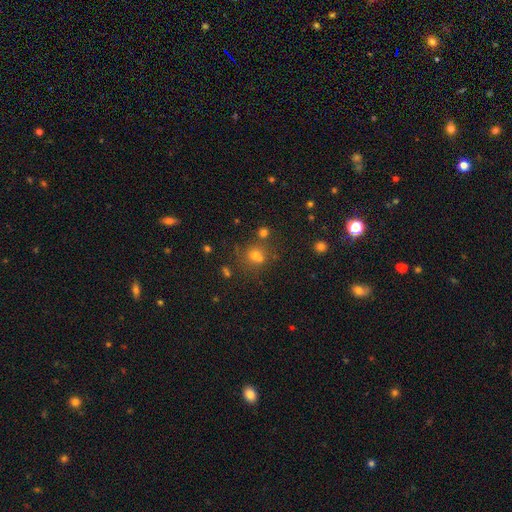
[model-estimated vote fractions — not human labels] This is likely a smooth galaxy (65%). How rounded: likely round (79%). Merging: possibly none (54%).